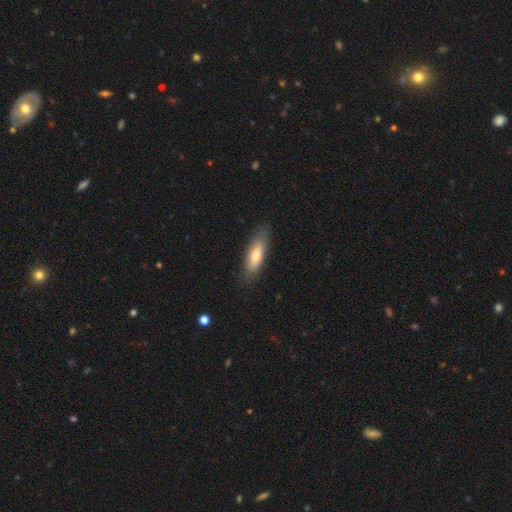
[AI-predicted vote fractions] Overall: smooth (64%; featured or disk 30%). How rounded: cigar-shaped (53%; in between 45%). Merging: none (82%).